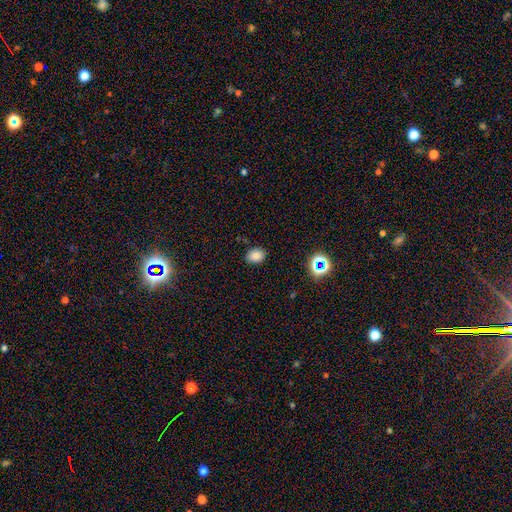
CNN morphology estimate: Overall: smooth (82%). How rounded: in between (61%; round 39%). Merging: none (86%).